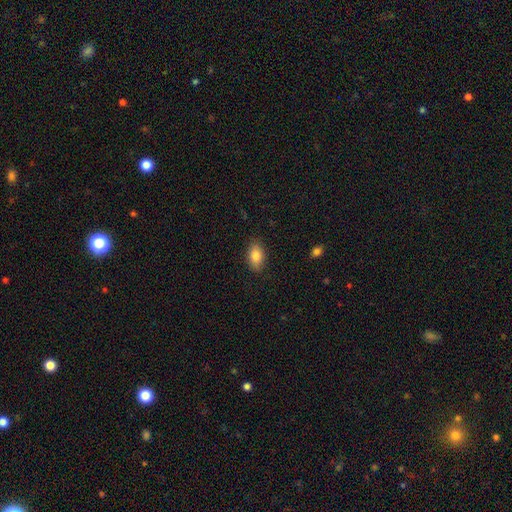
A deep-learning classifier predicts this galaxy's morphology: smooth_or_featured: smooth (p=0.84) [alt: featured or disk p=0.09]
how_rounded: in between (p=0.90) [alt: round p=0.07]
merging: none (p=0.87) [alt: minor disturbance p=0.10]